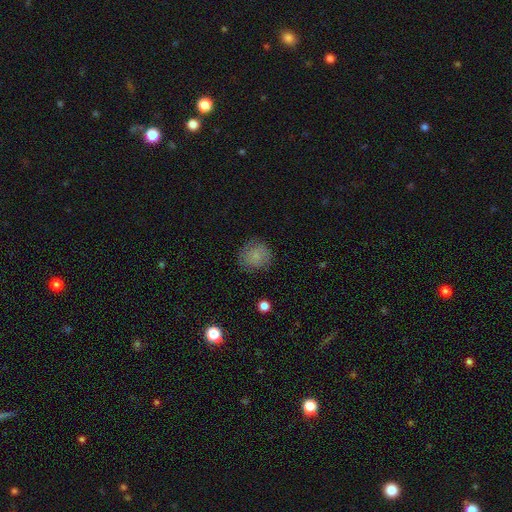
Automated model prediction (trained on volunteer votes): Smooth or featured? Predicted: smooth (p=0.78). How rounded? Predicted: round (p=0.80). Merging? Predicted: none (p=0.75).